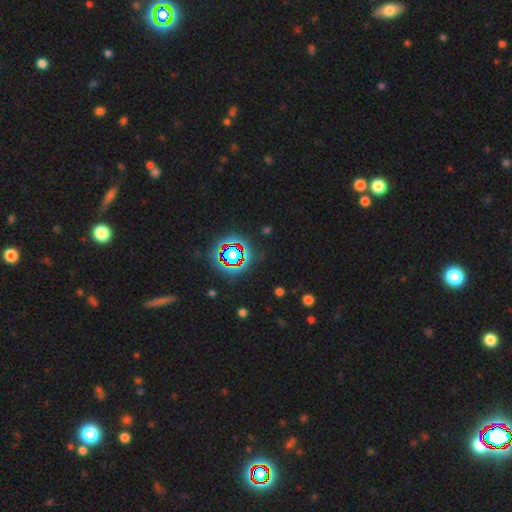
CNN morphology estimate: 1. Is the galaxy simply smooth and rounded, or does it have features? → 75% star or artifact, 13% smooth, 11% featured or disk.